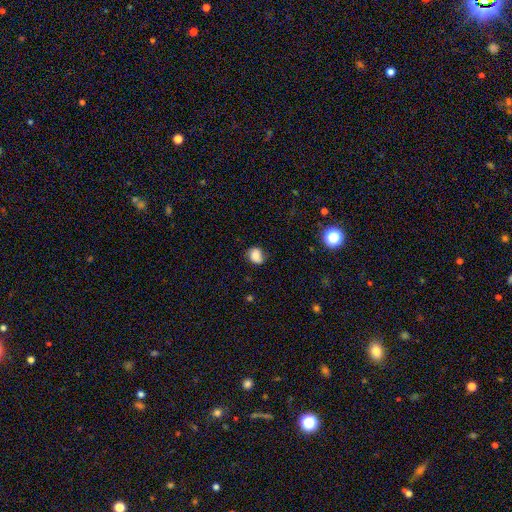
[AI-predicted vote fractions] Smooth or featured?
  - smooth: 81% *
  - star or artifact: 10%
  - featured or disk: 9%
How rounded?
  - round: 61% *
  - in between: 38%
  - cigar-shaped: 1%
Merging?
  - none: 67% *
  - minor disturbance: 25%
  - major disturbance: 6%
  - merger: 2%